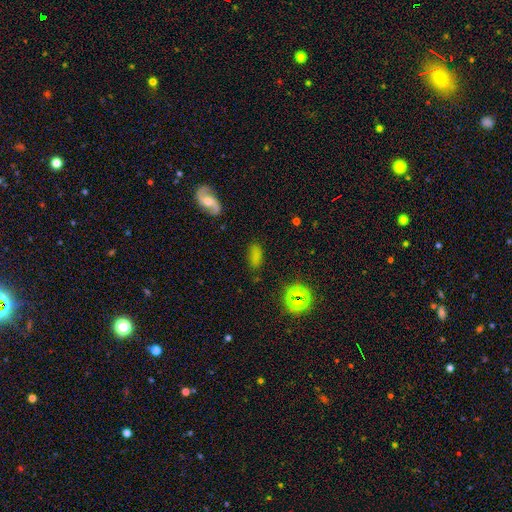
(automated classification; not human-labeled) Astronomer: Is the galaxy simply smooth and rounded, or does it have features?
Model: smooth — 69%.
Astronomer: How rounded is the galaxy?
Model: in between — 81%.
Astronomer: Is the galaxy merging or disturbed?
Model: none — 77%.